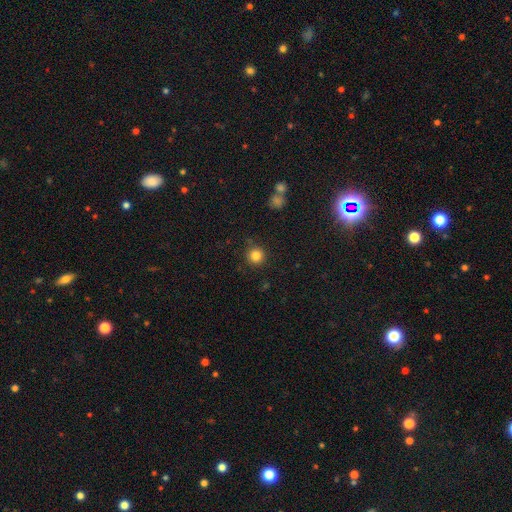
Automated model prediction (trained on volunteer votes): Smooth or featured? Predicted: smooth (p=0.83). How rounded? Predicted: round (p=0.95). Merging? Predicted: none (p=0.89).